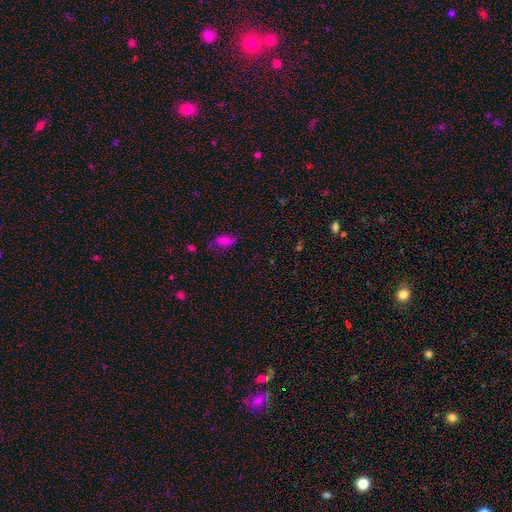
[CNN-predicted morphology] Overall: smooth (55%; star or artifact 34%). How rounded: in between (68%). Merging: none (69%).